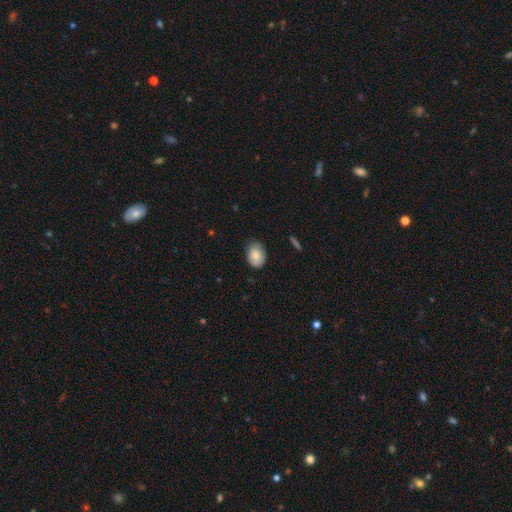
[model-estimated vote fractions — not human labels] Smooth or featured? Predicted: smooth (p=0.81). How rounded? Predicted: in between (p=0.74). Merging? Predicted: none (p=0.75).